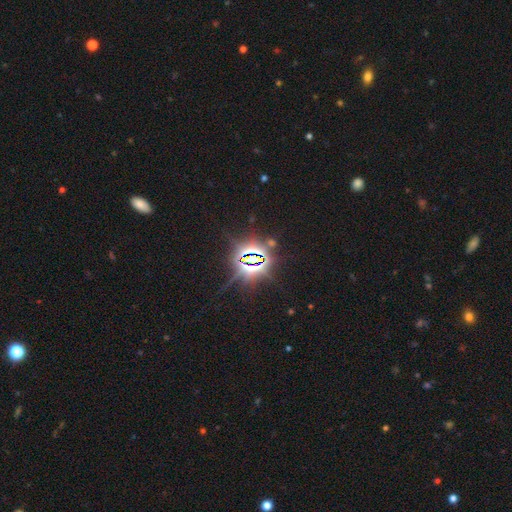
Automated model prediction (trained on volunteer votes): Morphology: type=star or artifact (85%).